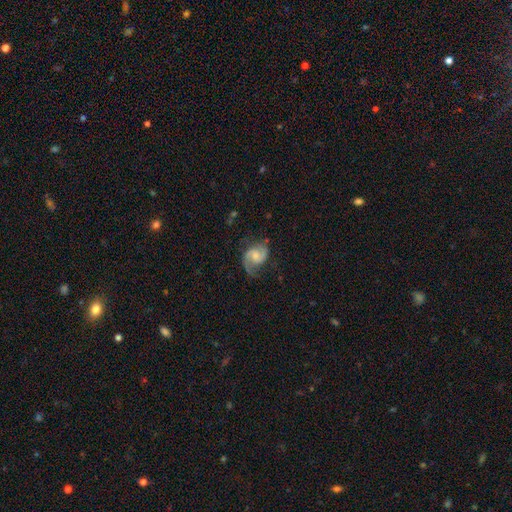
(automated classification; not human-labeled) This is clearly a featured or disk galaxy (85%). It is clearly not viewed edge-on (98%). Bar: possibly no (46%, tied with weak). Spiral arm pattern: clearly yes (97%). Spiral arm count: clearly 2 (87%). Spiral winding: possibly medium (52%). Central bulge: marginally moderate (40%). Merging: likely none (67%).